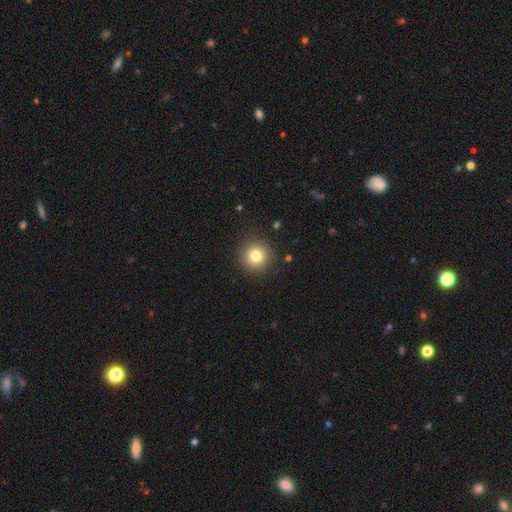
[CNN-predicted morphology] smooth_or_featured: smooth (p=0.81) [alt: star or artifact p=0.11]
how_rounded: round (p=0.94) [alt: in between p=0.05]
merging: none (p=0.90) [alt: minor disturbance p=0.06]